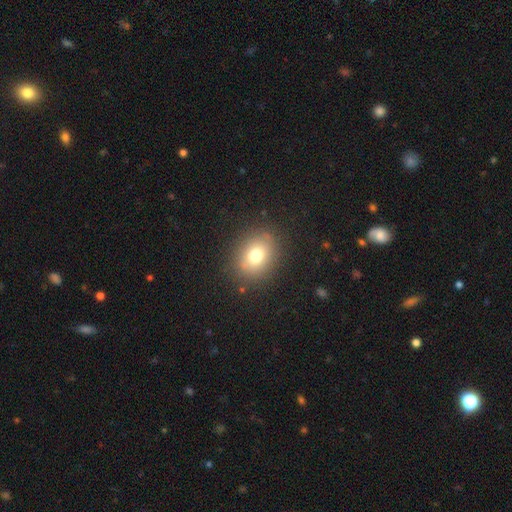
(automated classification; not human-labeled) A smooth galaxy with no disk features (73%) that is round (50%).

Vote fractions:
- Smooth or featured? smooth: 73% / featured or disk: 14% / star or artifact: 13%
- How rounded? round: 50% / in between: 48% / cigar-shaped: 1%
- Merging? none: 84% / minor disturbance: 10% / major disturbance: 4% / merger: 2%